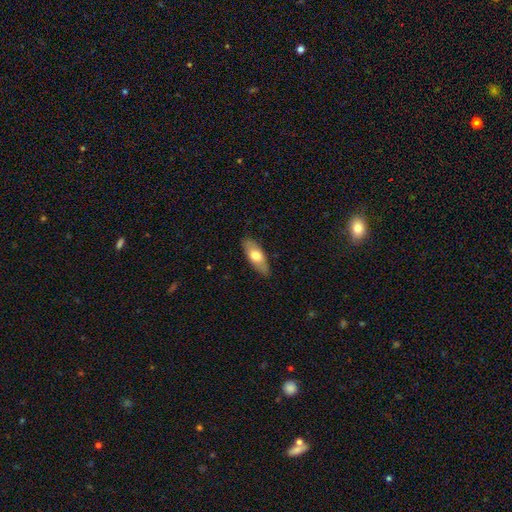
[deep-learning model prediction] Smooth or featured?
  - smooth: 66% *
  - featured or disk: 28%
  - star or artifact: 6%
How rounded?
  - in between: 74% *
  - cigar-shaped: 23%
  - round: 3%
Merging?
  - none: 86% *
  - minor disturbance: 11%
  - major disturbance: 2%
  - merger: 1%